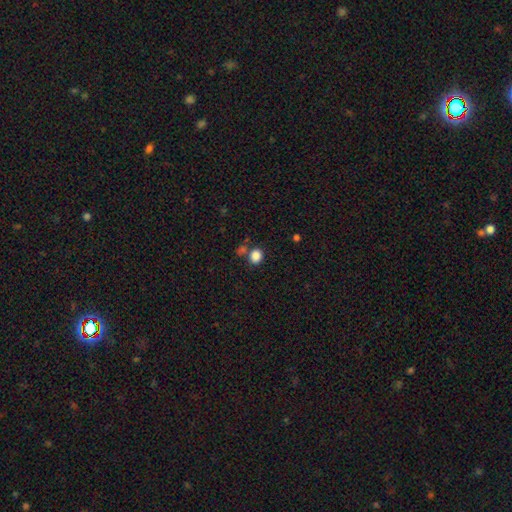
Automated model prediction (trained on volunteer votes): Morphology: type=smooth (85%); roundness=round (59%); merging=none (67%).